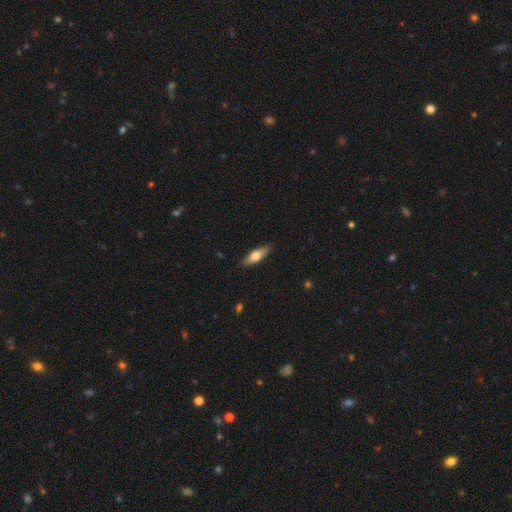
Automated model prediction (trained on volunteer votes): This is likely a smooth galaxy (61%). How rounded: possibly cigar-shaped (51%). Merging: clearly none (88%).